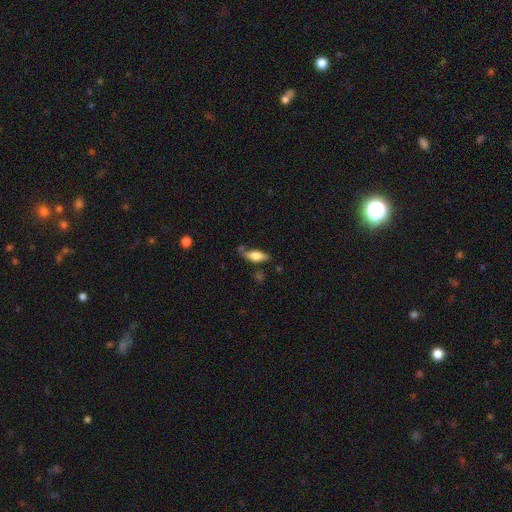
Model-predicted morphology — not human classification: This appears to be a smooth galaxy with no disk features (64%) that is in between round and cigar-shaped (68%). Merging: none (61%).